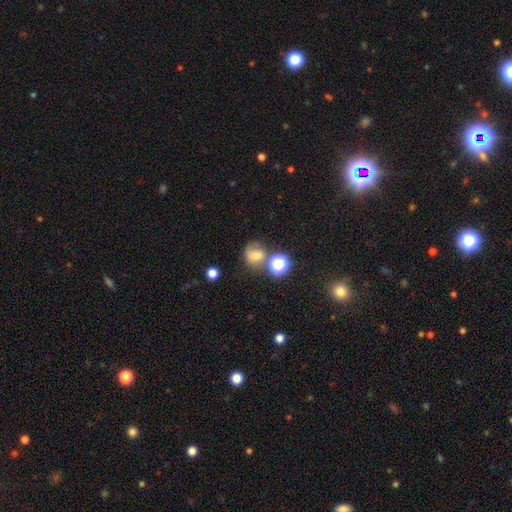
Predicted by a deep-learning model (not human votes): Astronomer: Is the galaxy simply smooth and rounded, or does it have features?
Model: smooth — 64%.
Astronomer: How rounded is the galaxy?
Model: round — 68%.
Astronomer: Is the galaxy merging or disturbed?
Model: none — 49%.